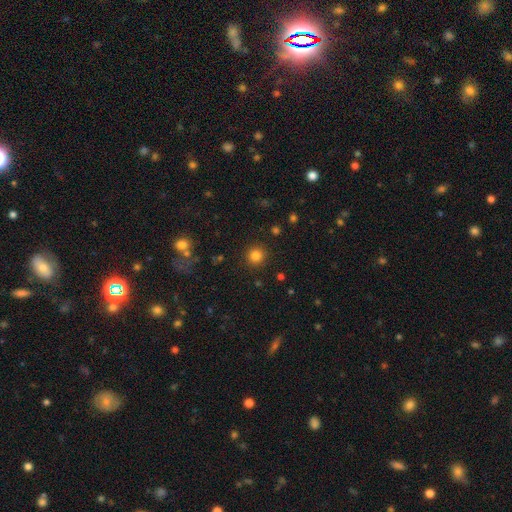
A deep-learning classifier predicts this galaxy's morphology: Q: Smooth or featured?
A: smooth (82%); runner-up: star or artifact (13%)
Q: How rounded?
A: round (94%); runner-up: in between (5%)
Q: Merging?
A: none (91%); runner-up: minor disturbance (5%)